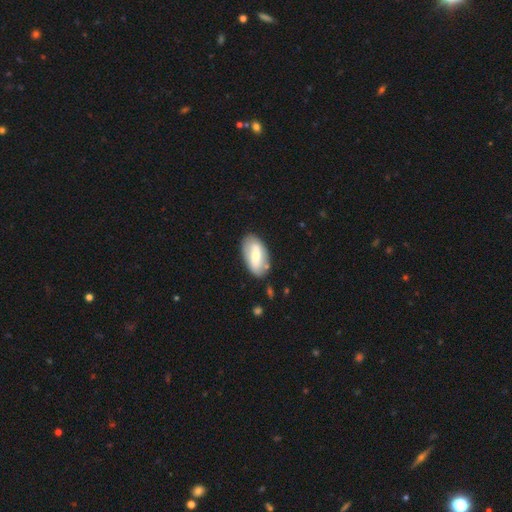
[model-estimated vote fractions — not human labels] Smooth or featured: smooth — 56% (featured or disk — 38%)
How rounded: in between — 93% (cigar-shaped — 4%)
Merging: none — 79% (minor disturbance — 14%)